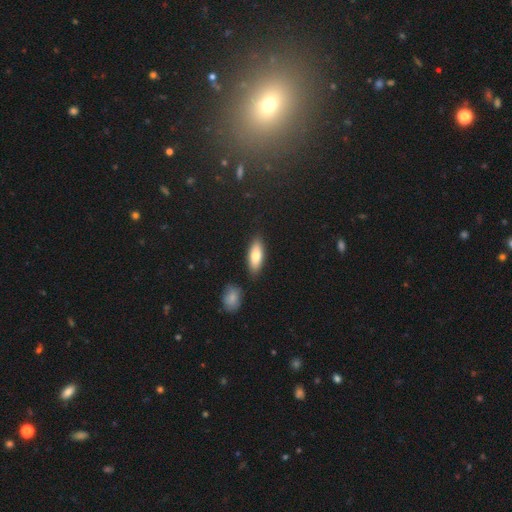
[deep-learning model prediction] smooth_or_featured: smooth (p=0.77) [alt: featured or disk p=0.16]
how_rounded: in between (p=0.71) [alt: cigar-shaped p=0.26]
merging: none (p=0.83) [alt: minor disturbance p=0.10]